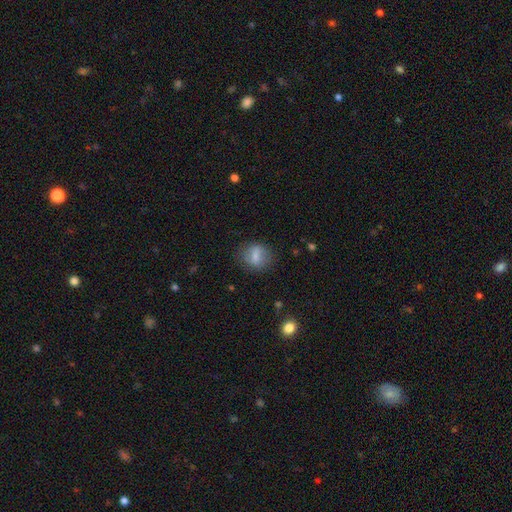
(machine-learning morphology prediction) A smooth galaxy with no disk features (67%) that is round (54%).

Vote fractions:
- Smooth or featured? smooth: 67% / featured or disk: 24% / star or artifact: 9%
- How rounded? round: 54% / in between: 42% / cigar-shaped: 4%
- Merging? none: 77% / minor disturbance: 15% / major disturbance: 6% / merger: 2%